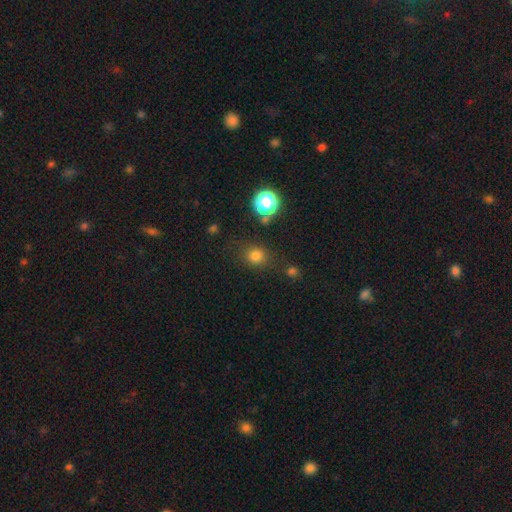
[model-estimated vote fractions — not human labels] Q: Smooth or featured?
A: smooth (76%); runner-up: star or artifact (18%)
Q: How rounded?
A: round (83%); runner-up: in between (16%)
Q: Merging?
A: none (79%); runner-up: minor disturbance (11%)